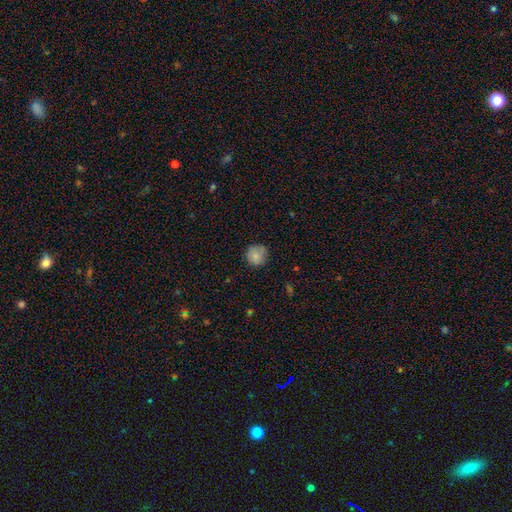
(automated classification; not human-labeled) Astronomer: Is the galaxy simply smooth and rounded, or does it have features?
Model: smooth — 81%.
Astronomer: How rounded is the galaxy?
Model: round — 91%.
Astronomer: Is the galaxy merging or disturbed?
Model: none — 78%.